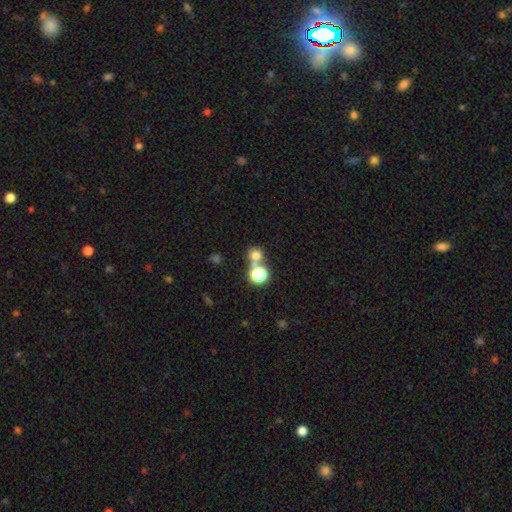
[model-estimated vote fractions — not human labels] A smooth galaxy with no disk features (69%) that is round (87%).

Vote fractions:
- Smooth or featured? smooth: 69% / star or artifact: 23% / featured or disk: 8%
- How rounded? round: 87% / in between: 12% / cigar-shaped: 1%
- Merging? none: 59% / merger: 31% / minor disturbance: 7% / major disturbance: 3%